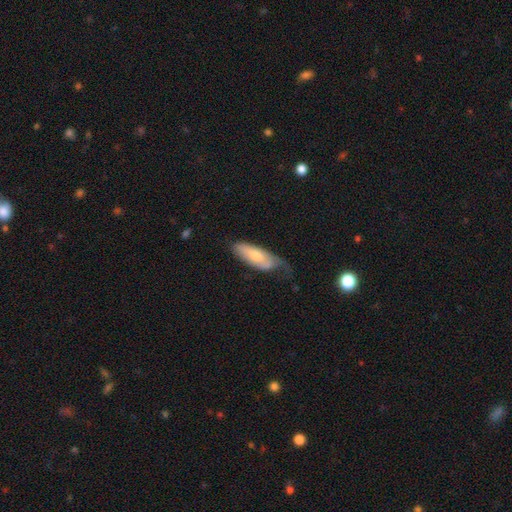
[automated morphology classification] Smooth or featured: smooth — 64% (featured or disk — 31%)
How rounded: in between — 70% (cigar-shaped — 28%)
Merging: minor disturbance — 38% (none — 34%)